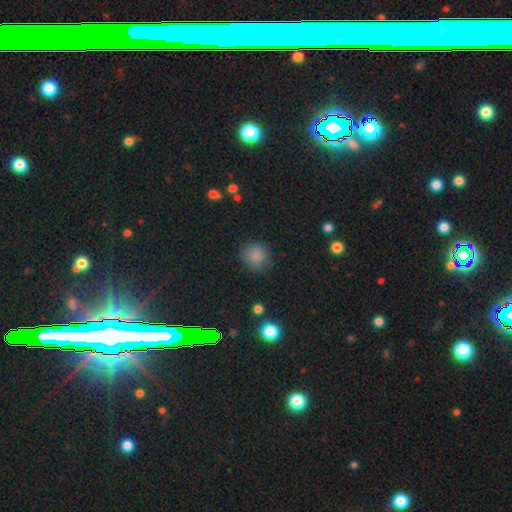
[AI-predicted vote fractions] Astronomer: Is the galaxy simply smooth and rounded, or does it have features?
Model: smooth — 83%.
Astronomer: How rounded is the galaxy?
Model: round — 88%.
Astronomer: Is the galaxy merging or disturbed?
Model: none — 79%.